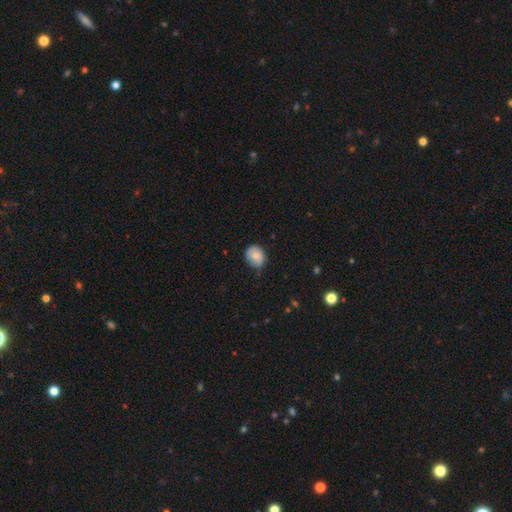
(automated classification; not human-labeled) smooth 77%, featured or disk 16%, star or artifact 8%. Down the decision tree: how rounded — round (59%); merging — none (70%).